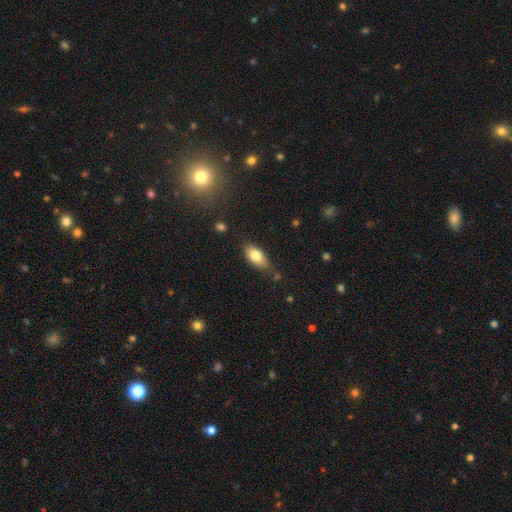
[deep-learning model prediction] Smooth or featured: smooth — 78% (featured or disk — 14%)
How rounded: in between — 88% (cigar-shaped — 8%)
Merging: none — 69% (minor disturbance — 23%)